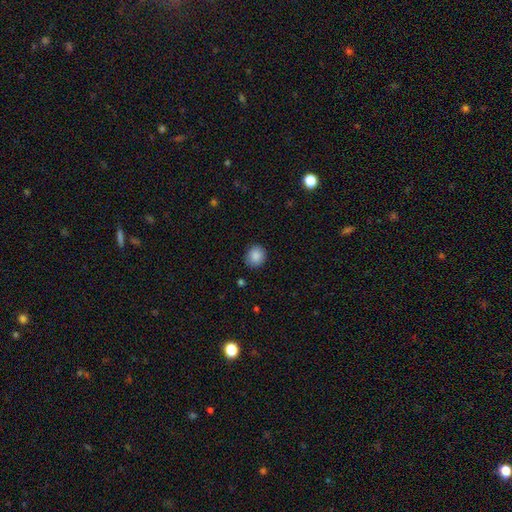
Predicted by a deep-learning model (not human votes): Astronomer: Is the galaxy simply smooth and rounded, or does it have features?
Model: smooth — 88%.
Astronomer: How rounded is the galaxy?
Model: round — 77%.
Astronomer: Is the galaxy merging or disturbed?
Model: none — 88%.